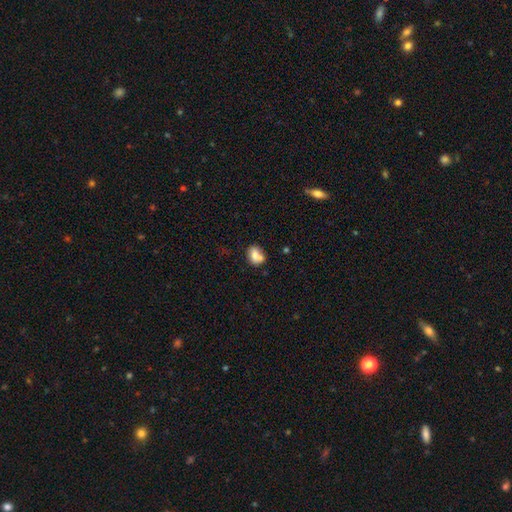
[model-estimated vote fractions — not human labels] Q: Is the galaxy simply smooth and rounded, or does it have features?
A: smooth — 75%.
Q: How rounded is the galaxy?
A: in between — 58%.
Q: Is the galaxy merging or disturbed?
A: none — 45%.